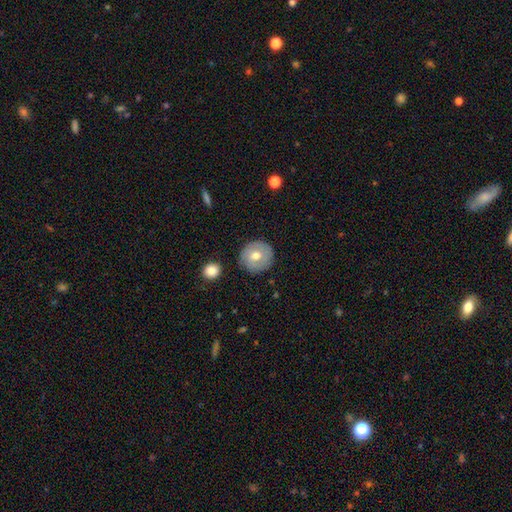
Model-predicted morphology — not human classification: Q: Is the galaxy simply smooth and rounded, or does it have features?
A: smooth — 61%.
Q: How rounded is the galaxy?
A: round — 93%.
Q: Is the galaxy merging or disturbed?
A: none — 84%.